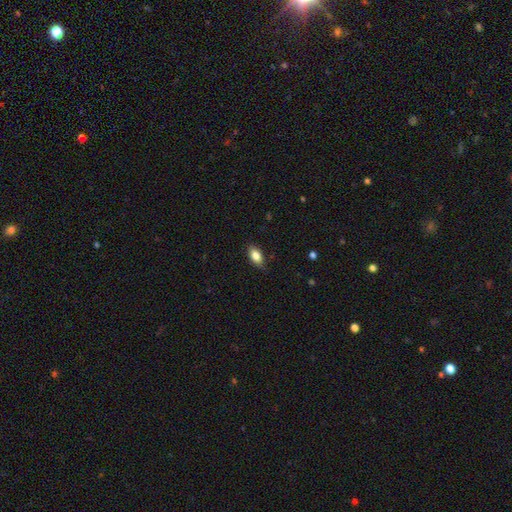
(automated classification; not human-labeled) Smooth or featured? Predicted: smooth (p=0.83). How rounded? Predicted: in between (p=0.89). Merging? Predicted: none (p=0.84).